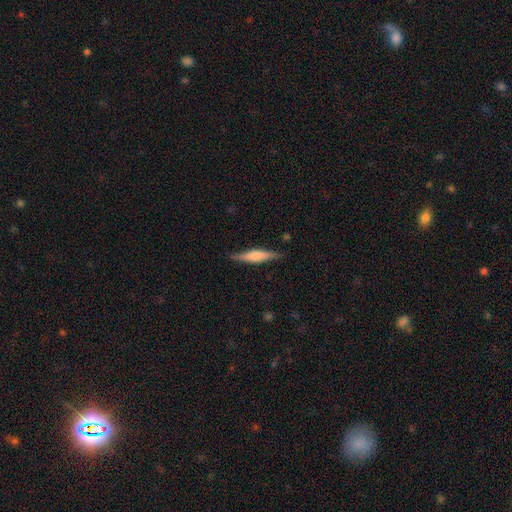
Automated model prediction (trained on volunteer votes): featured or disk 49%, smooth 45%, star or artifact 6%. Down the decision tree: merging — none (87%).